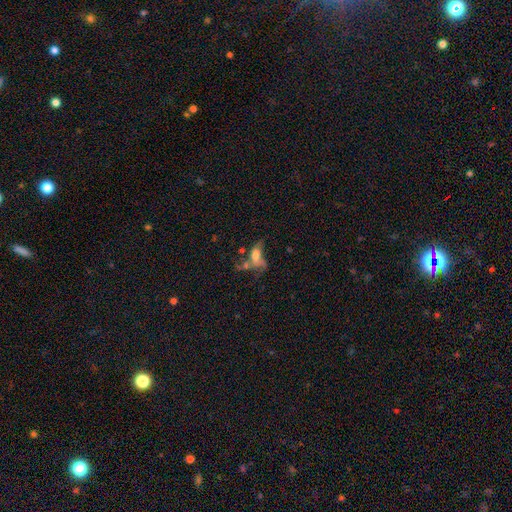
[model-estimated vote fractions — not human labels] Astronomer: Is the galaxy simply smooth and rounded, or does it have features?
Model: featured or disk — 44% (runner-up: smooth, 40%).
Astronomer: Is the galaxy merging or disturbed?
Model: major disturbance — 38% (runner-up: merger, 26%).